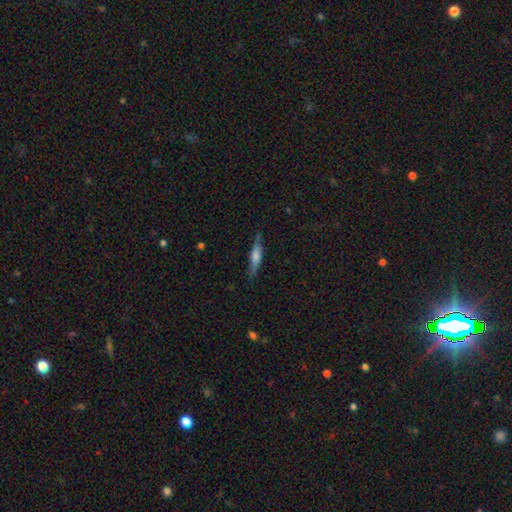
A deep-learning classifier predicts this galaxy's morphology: Q: Smooth or featured?
A: featured or disk (49%); runner-up: smooth (44%)
Q: Merging?
A: none (84%); runner-up: minor disturbance (12%)